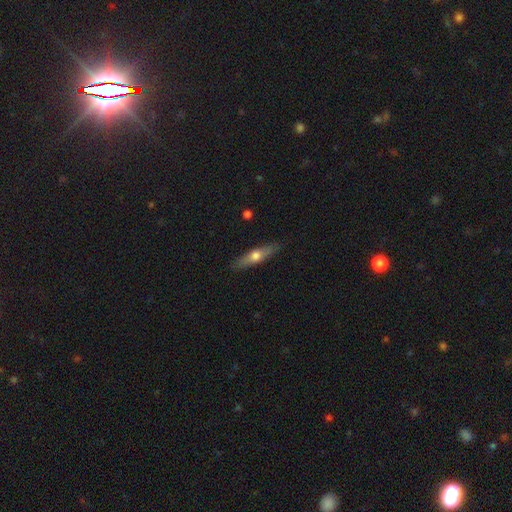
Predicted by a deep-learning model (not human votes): Q: Smooth or featured?
A: smooth (48%); runner-up: featured or disk (46%)
Q: Merging?
A: none (87%); runner-up: minor disturbance (9%)